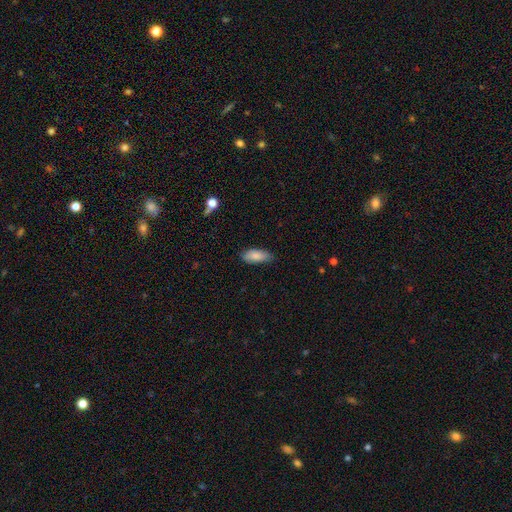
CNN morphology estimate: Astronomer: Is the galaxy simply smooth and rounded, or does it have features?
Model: smooth — 86%.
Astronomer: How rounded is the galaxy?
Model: in between — 83%.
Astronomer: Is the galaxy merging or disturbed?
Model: none — 79%.